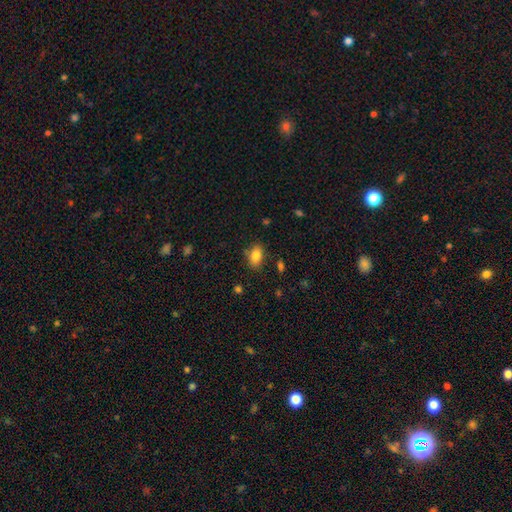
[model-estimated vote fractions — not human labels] Morphology: type=smooth (84%); roundness=in between (87%); merging=none (80%).